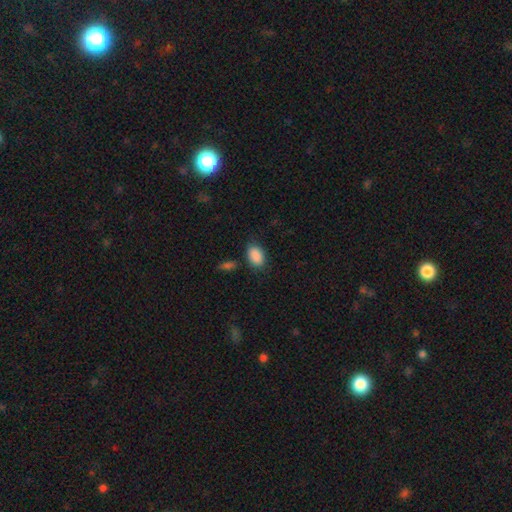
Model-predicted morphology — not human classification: type=smooth (89%); roundness=in between (87%); merging=none (79%).